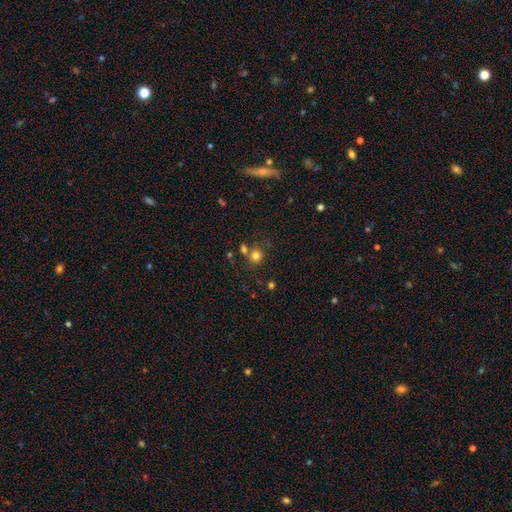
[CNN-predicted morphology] A smooth galaxy with no disk features (78%) that is round (86%). Merging: none (64%).